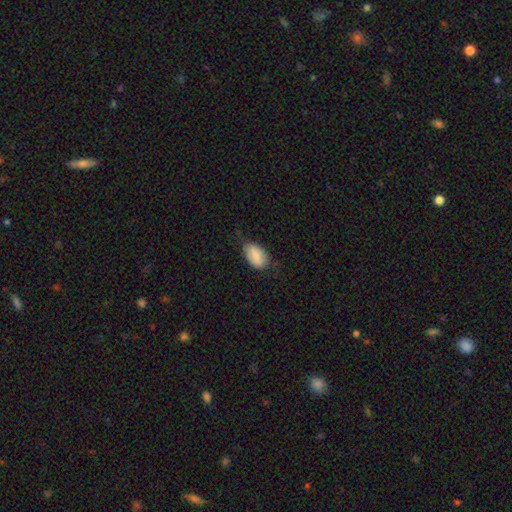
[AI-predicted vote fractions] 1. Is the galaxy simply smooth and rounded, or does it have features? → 79% smooth, 15% featured or disk, 7% star or artifact.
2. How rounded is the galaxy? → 91% in between, 7% round, 2% cigar-shaped.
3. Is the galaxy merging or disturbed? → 58% none, 34% minor disturbance, 7% major disturbance, 1% merger.